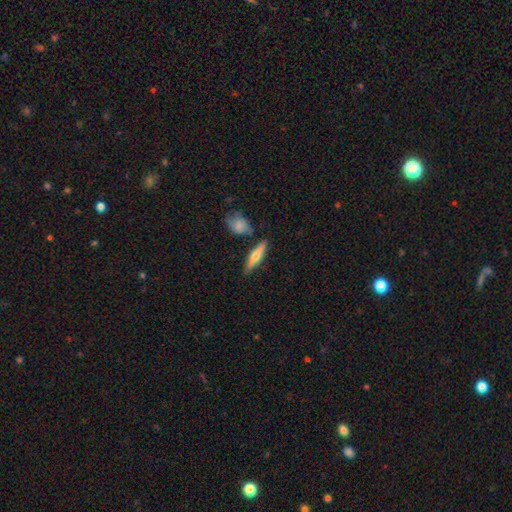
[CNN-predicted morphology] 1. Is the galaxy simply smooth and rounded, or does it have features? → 54% smooth, 40% featured or disk, 6% star or artifact.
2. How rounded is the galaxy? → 73% cigar-shaped, 24% in between, 3% round.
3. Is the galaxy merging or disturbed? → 74% none, 14% minor disturbance, 9% merger, 3% major disturbance.